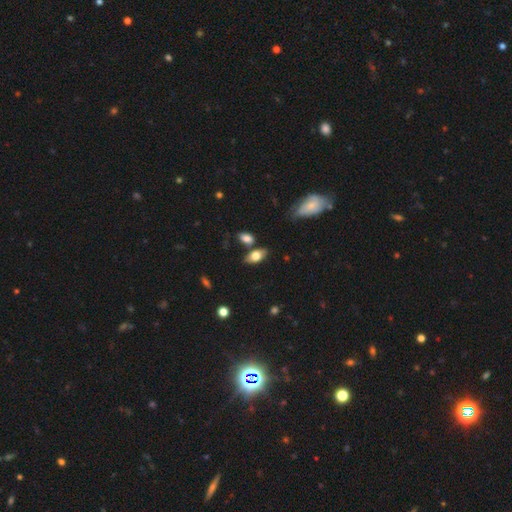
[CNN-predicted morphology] smooth 71%, featured or disk 22%, star or artifact 8%. Down the decision tree: how rounded — in between (87%); merging — none (71%).